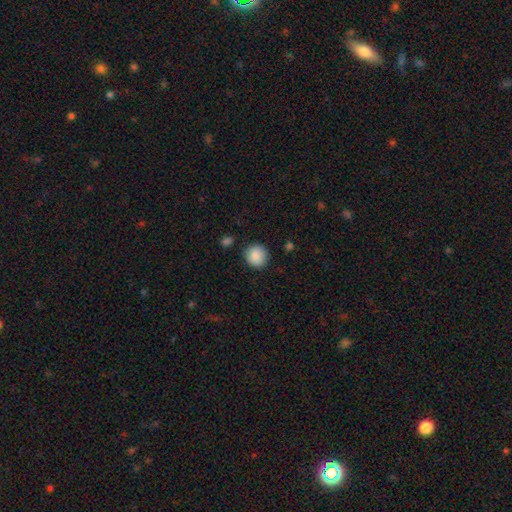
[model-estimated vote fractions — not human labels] Smooth or featured? smooth (88%)
How rounded? round (90%)
Merging? none (87%)